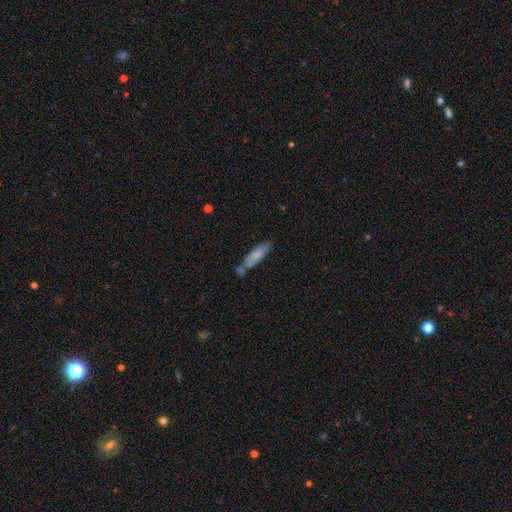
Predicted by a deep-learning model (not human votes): This is likely a smooth galaxy (70%). How rounded: likely cigar-shaped (64%). Merging: possibly none (55%).